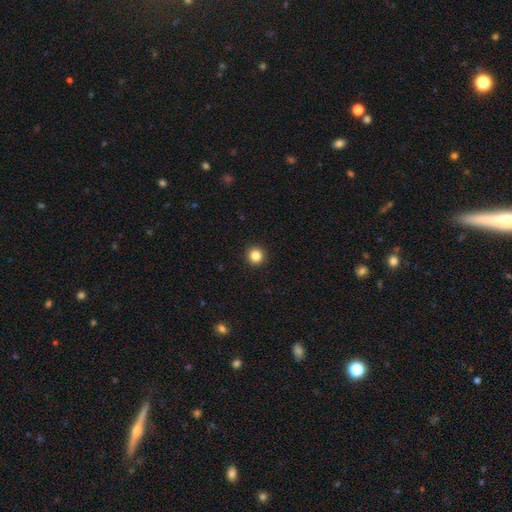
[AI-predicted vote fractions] smooth-or-featured: smooth: 84% | star or artifact: 11% | featured or disk: 4%
  how-rounded: round: 95% | in between: 5% | cigar-shaped: 1%
  merging: none: 93% | minor disturbance: 4% | major disturbance: 1% | merger: 1%